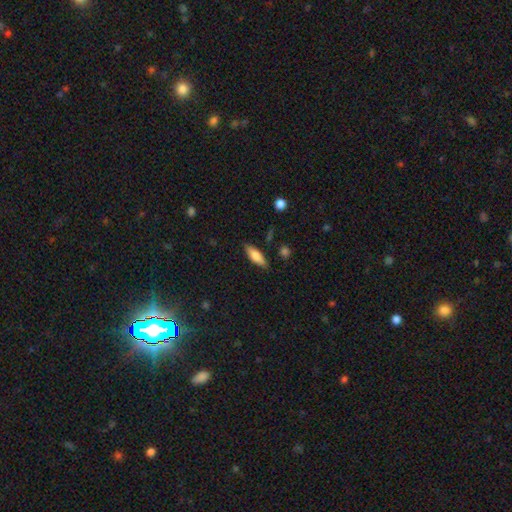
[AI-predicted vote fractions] Q: Smooth or featured?
A: smooth (72%); runner-up: featured or disk (22%)
Q: How rounded?
A: in between (57%); runner-up: cigar-shaped (41%)
Q: Merging?
A: none (84%); runner-up: minor disturbance (12%)